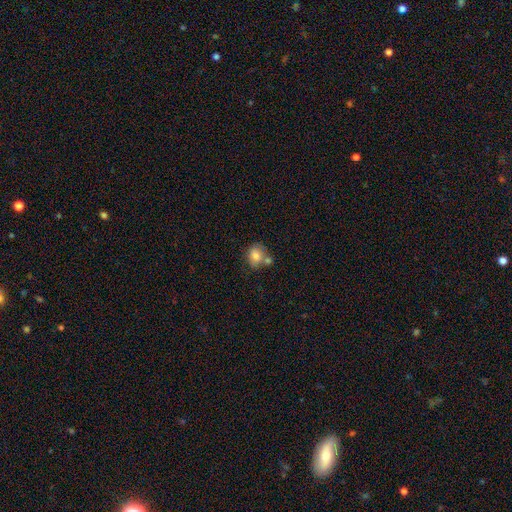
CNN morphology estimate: Smooth or featured? Predicted: smooth (p=0.79). How rounded? Predicted: round (p=0.57). Merging? Predicted: none (p=0.46).